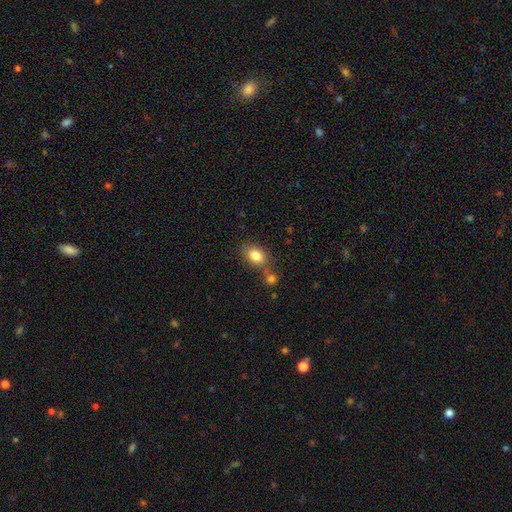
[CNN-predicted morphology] Smooth or featured? smooth (83%)
How rounded? in between (78%)
Merging? none (65%)